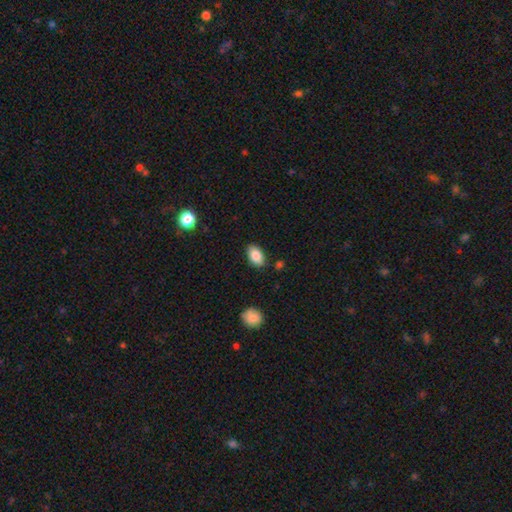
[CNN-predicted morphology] Overall: smooth (85%). How rounded: in between (91%). Merging: none (85%).